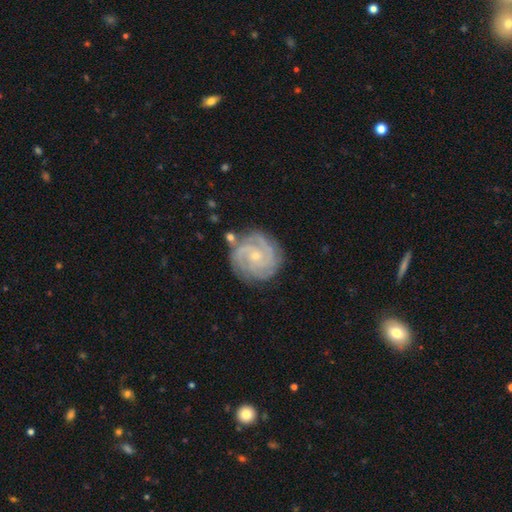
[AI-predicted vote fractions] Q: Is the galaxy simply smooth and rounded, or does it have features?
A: featured or disk — 89%.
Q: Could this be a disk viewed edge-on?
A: no — 98%.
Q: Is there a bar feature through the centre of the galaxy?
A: no — 72%.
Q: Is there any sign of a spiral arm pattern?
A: yes — 98%.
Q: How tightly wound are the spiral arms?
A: tight — 76%.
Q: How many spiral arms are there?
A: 3 — 41%.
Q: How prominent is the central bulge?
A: small — 75%.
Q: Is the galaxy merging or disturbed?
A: none — 79%.